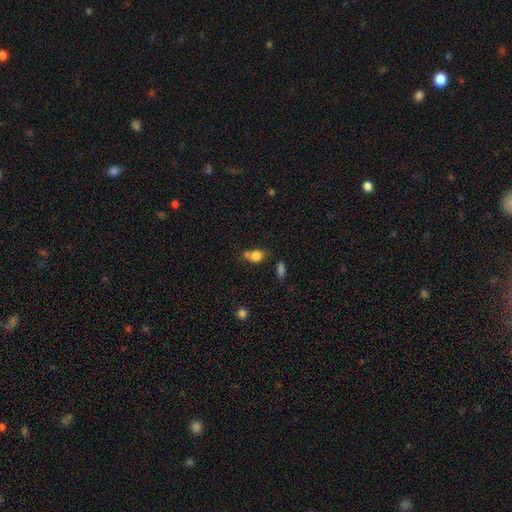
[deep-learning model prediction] This appears to be a smooth galaxy with no disk features (80%) that is in between round and cigar-shaped (62%). Merging: none (47%).